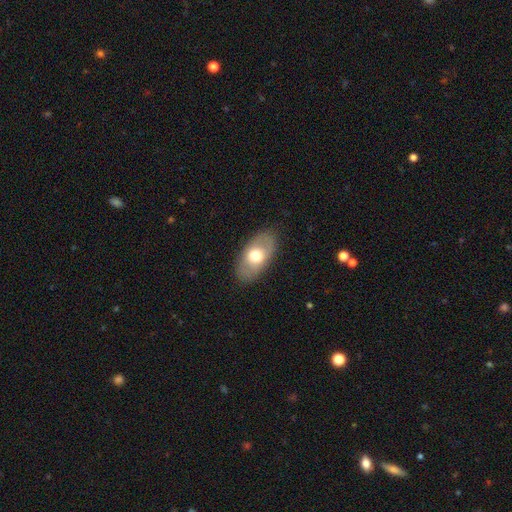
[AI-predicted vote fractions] Overall: smooth (61%; featured or disk 33%). How rounded: in between (92%). Merging: none (85%).